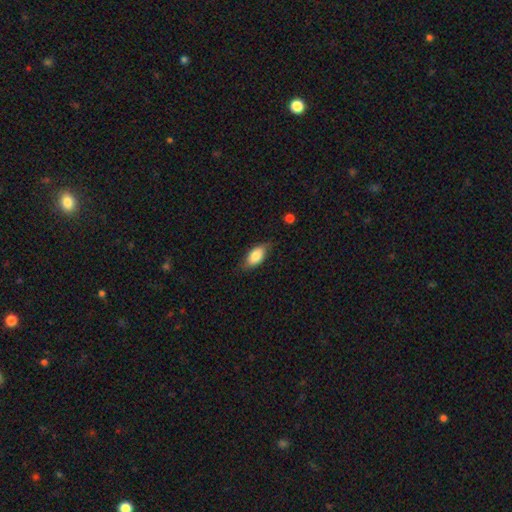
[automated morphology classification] Smooth or featured?
  - smooth: 81% *
  - featured or disk: 12%
  - star or artifact: 6%
How rounded?
  - in between: 89% *
  - cigar-shaped: 7%
  - round: 4%
Merging?
  - none: 72% *
  - minor disturbance: 22%
  - major disturbance: 5%
  - merger: 1%